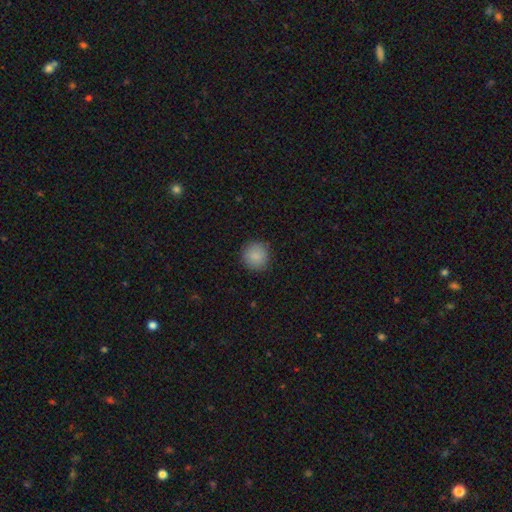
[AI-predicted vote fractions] smooth 88%, star or artifact 8%, featured or disk 4%. Down the decision tree: how rounded — round (93%); merging — none (89%).